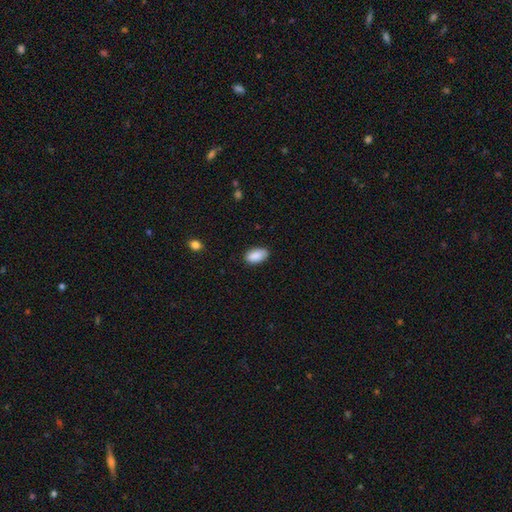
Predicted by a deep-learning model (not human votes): A smooth galaxy with no disk features (89%) that is in between round and cigar-shaped (94%).

Vote fractions:
- Smooth or featured? smooth: 89% / star or artifact: 7% / featured or disk: 4%
- How rounded? in between: 94% / round: 4% / cigar-shaped: 3%
- Merging? none: 82% / minor disturbance: 14% / major disturbance: 2% / merger: 1%